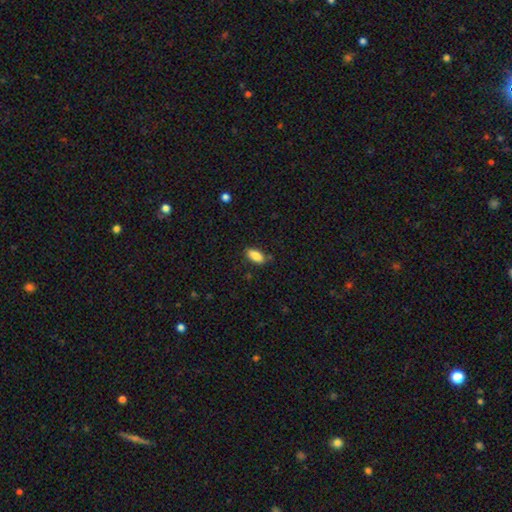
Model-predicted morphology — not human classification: Overall: smooth (87%). How rounded: in between (88%). Merging: none (80%).